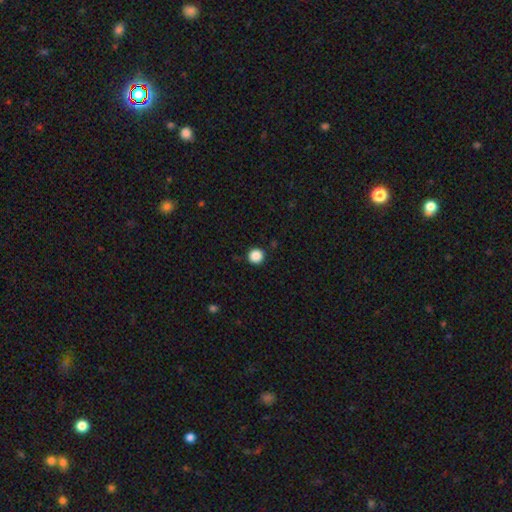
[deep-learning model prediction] Smooth or featured?
  - smooth: 87% *
  - star or artifact: 10%
  - featured or disk: 3%
How rounded?
  - round: 96% *
  - in between: 3%
  - cigar-shaped: 1%
Merging?
  - none: 93% *
  - minor disturbance: 5%
  - major disturbance: 2%
  - merger: 1%